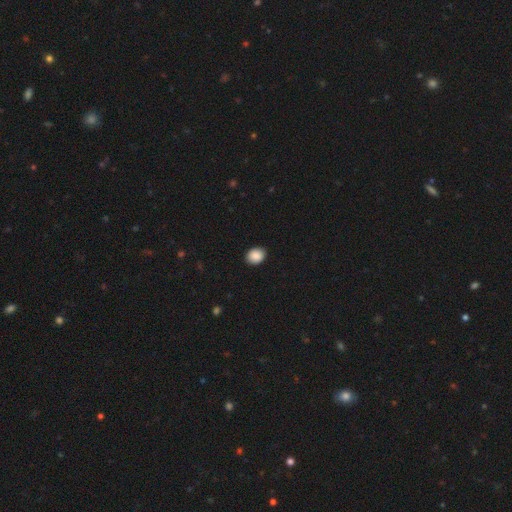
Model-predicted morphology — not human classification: Smooth or featured?
  - smooth: 90% *
  - star or artifact: 7%
  - featured or disk: 3%
How rounded?
  - in between: 55% *
  - round: 45%
  - cigar-shaped: 1%
Merging?
  - none: 90% *
  - minor disturbance: 8%
  - major disturbance: 2%
  - merger: 1%